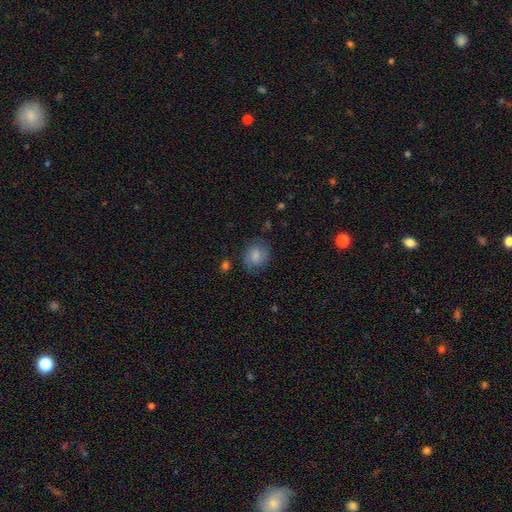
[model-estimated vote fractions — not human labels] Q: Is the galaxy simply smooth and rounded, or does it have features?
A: smooth — 67%.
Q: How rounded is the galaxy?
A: round — 58%.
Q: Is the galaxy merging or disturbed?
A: none — 71%.